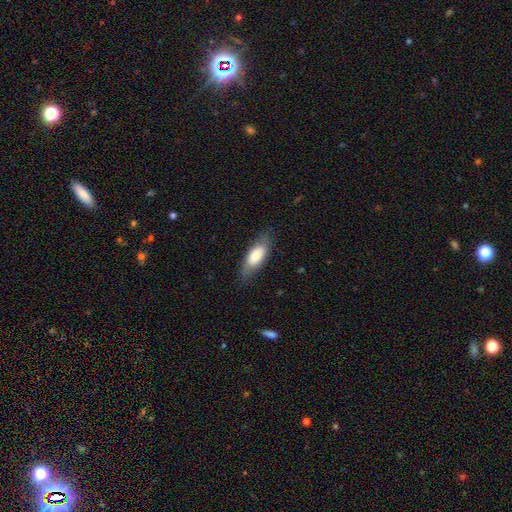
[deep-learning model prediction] This appears to be a smooth galaxy with no disk features (75%) that is in between round and cigar-shaped (74%). Merging: none (77%).